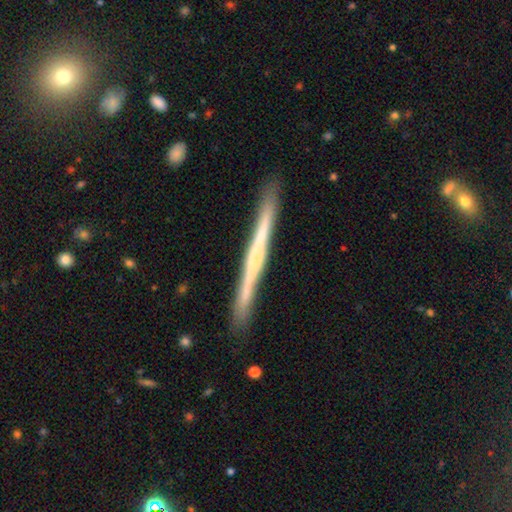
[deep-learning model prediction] Smooth or featured? featured or disk (64%)
Edge-on disk? yes (97%)
Edge-on bulge? none (69%)
Merging? none (88%)